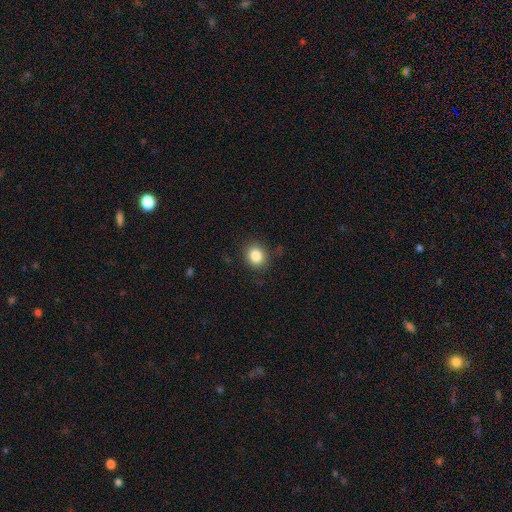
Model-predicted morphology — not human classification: smooth_or_featured: smooth (p=0.85) [alt: star or artifact p=0.10]
how_rounded: round (p=0.68) [alt: in between p=0.31]
merging: none (p=0.85) [alt: minor disturbance p=0.10]